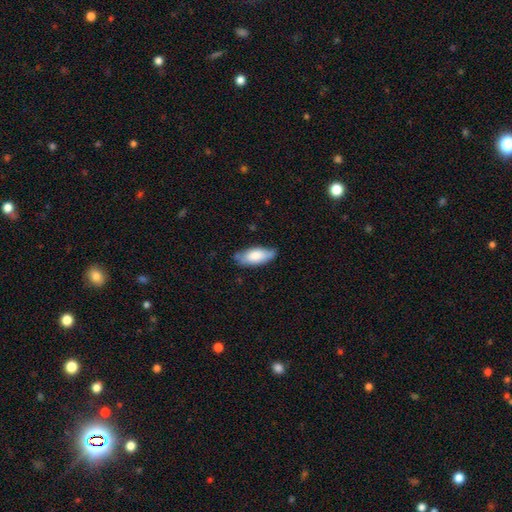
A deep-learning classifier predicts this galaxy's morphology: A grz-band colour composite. It shows a smooth galaxy with no disk features (78%) that is in between round and cigar-shaped (85%). Merging: none (68%).